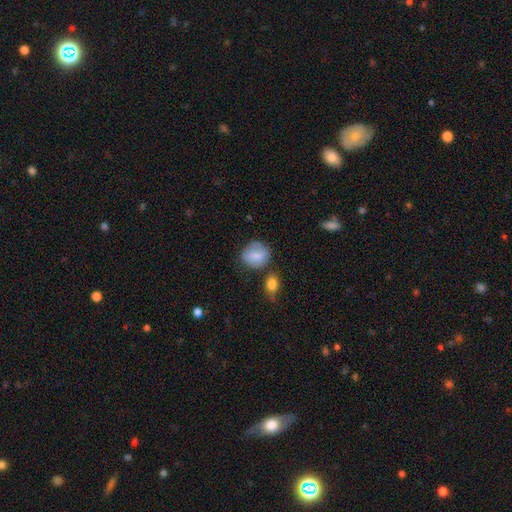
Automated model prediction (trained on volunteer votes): Smooth or featured?
  - smooth: 79% *
  - featured or disk: 14%
  - star or artifact: 7%
How rounded?
  - round: 73% *
  - in between: 26%
  - cigar-shaped: 1%
Merging?
  - none: 59% *
  - minor disturbance: 24%
  - merger: 10%
  - major disturbance: 8%